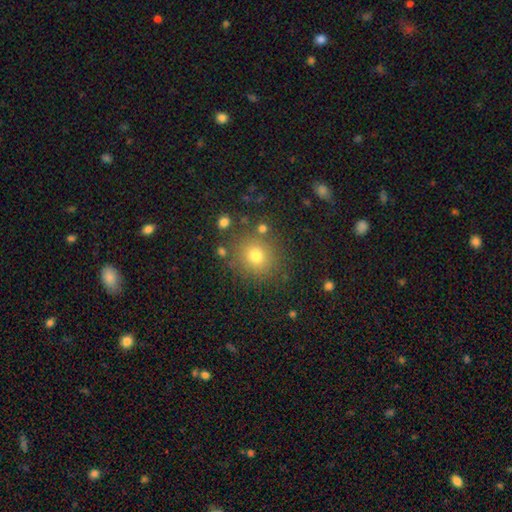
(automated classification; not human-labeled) This is likely a smooth galaxy (73%). How rounded: clearly round (88%). Merging: clearly none (83%).